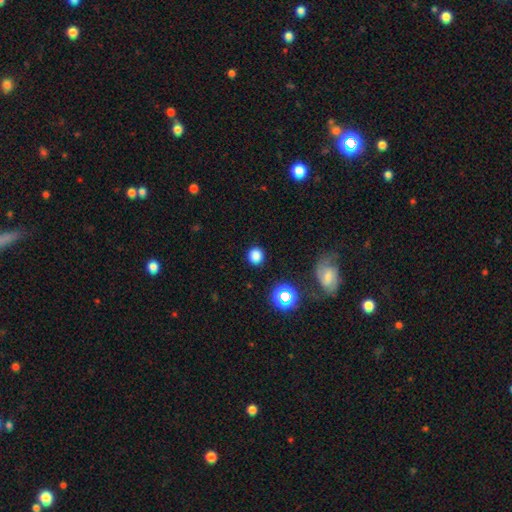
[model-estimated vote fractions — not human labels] Smooth or featured?
  - smooth: 79% *
  - star or artifact: 16%
  - featured or disk: 5%
How rounded?
  - round: 83% *
  - in between: 16%
  - cigar-shaped: 1%
Merging?
  - none: 88% *
  - minor disturbance: 8%
  - major disturbance: 3%
  - merger: 2%